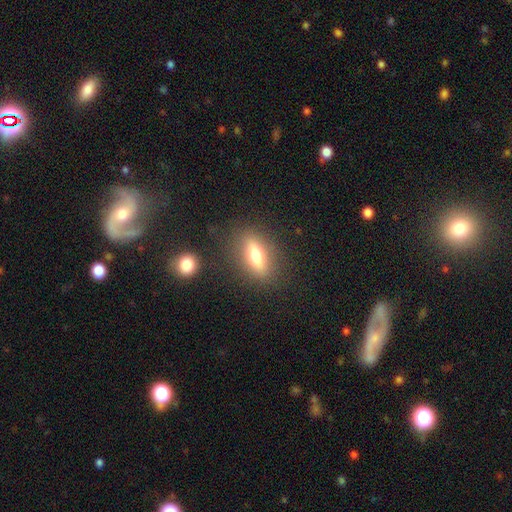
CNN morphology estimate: This appears to be a smooth galaxy with no disk features (57%) that is in between round and cigar-shaped (61%). Merging: none (83%).